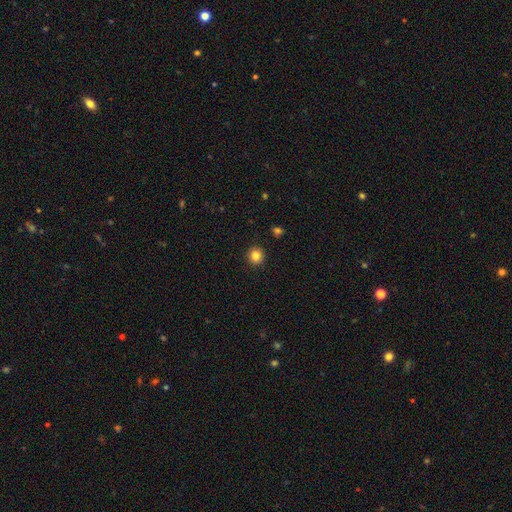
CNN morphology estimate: Smooth or featured?
  - smooth: 82% *
  - star or artifact: 12%
  - featured or disk: 6%
How rounded?
  - round: 93% *
  - in between: 6%
  - cigar-shaped: 1%
Merging?
  - none: 92% *
  - minor disturbance: 5%
  - major disturbance: 2%
  - merger: 1%